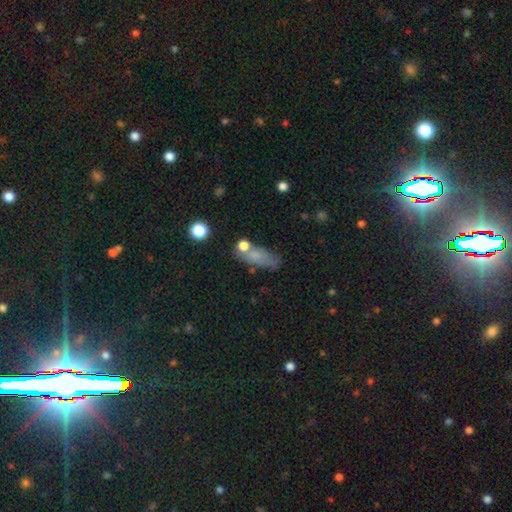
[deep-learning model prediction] Smooth or featured? smooth (67%)
How rounded? in between (70%)
Merging? none (48%)